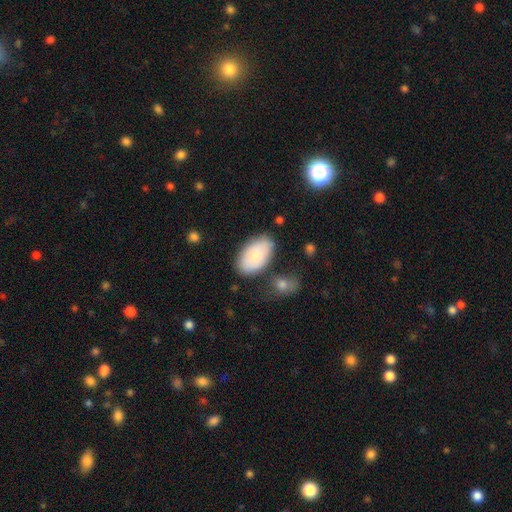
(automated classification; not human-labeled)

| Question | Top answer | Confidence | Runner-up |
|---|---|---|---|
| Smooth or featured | smooth | 75% | featured or disk (18%) |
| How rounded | in between | 95% | round (4%) |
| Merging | none | 74% | minor disturbance (17%) |